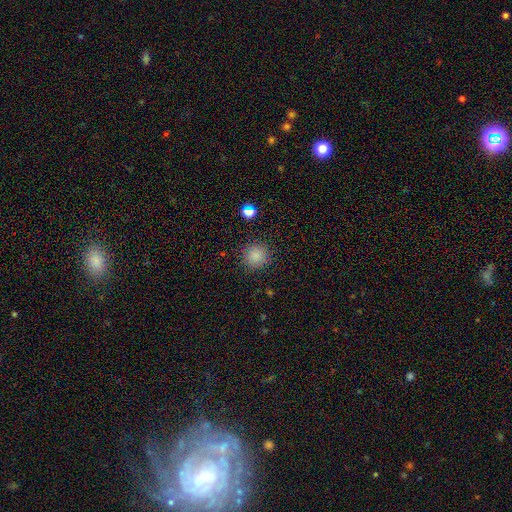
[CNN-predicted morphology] A smooth galaxy with no disk features (84%) that is round (93%). Merging: none (89%).